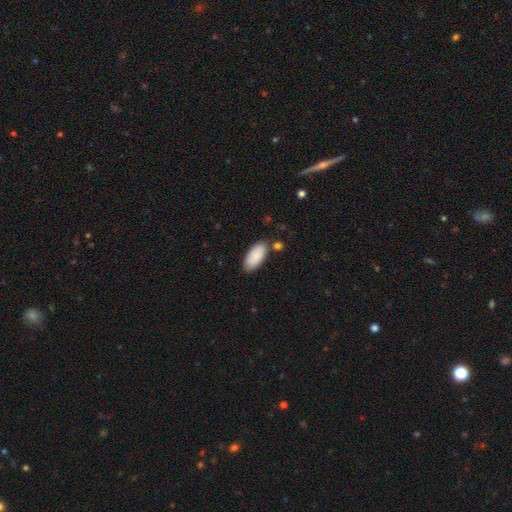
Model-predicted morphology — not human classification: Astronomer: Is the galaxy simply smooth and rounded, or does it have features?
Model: smooth — 89%.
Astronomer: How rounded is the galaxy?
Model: in between — 92%.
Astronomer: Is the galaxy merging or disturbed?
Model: none — 78%.